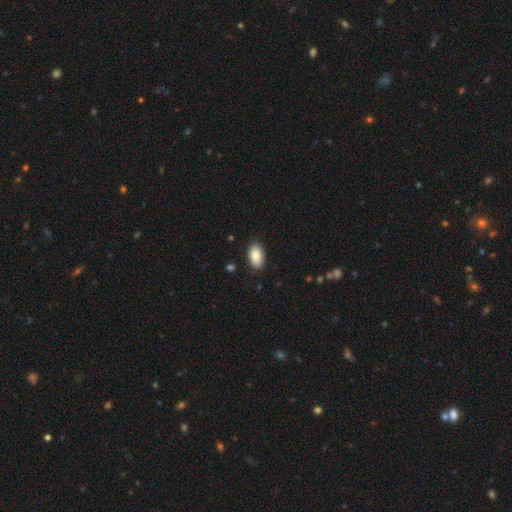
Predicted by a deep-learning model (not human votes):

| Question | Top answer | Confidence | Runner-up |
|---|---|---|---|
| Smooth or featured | smooth | 87% | star or artifact (7%) |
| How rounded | in between | 94% | round (4%) |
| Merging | none | 87% | minor disturbance (10%) |